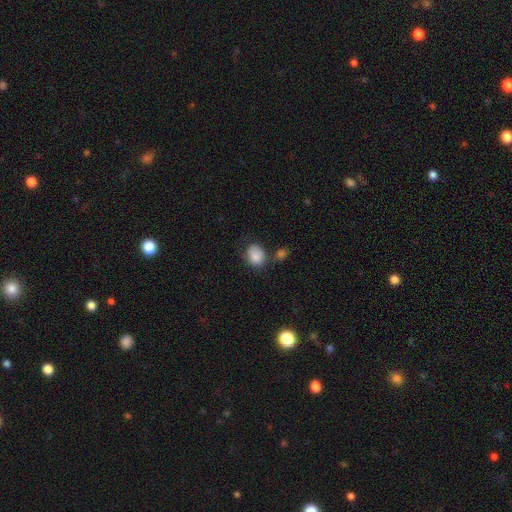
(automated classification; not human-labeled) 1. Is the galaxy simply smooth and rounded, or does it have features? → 86% smooth, 8% star or artifact, 6% featured or disk.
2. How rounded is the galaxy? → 55% in between, 44% round, 1% cigar-shaped.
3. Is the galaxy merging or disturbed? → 60% none, 20% minor disturbance, 13% merger, 6% major disturbance.